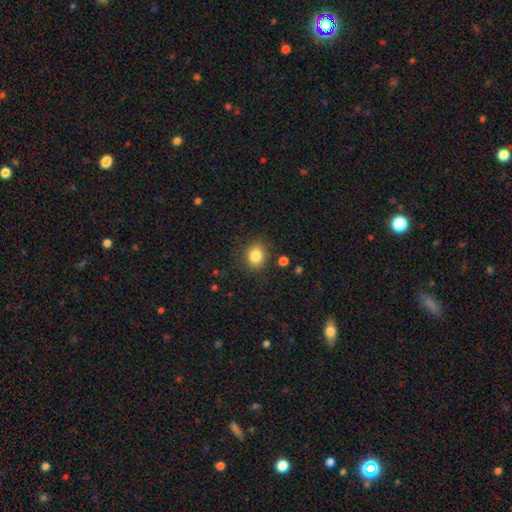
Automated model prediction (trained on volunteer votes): Smooth or featured: smooth — 84% (star or artifact — 11%)
How rounded: round — 66% (in between — 33%)
Merging: none — 85% (minor disturbance — 10%)